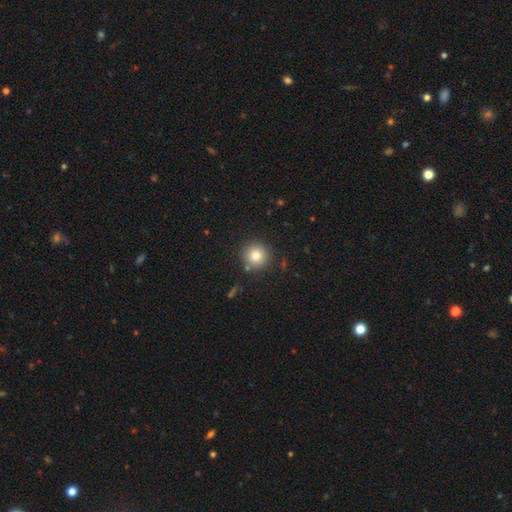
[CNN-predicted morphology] smooth 80%, star or artifact 11%, featured or disk 9%. Down the decision tree: how rounded — round (95%); merging — none (87%).